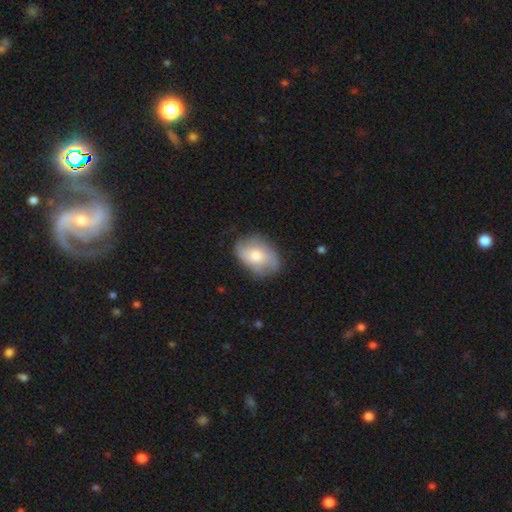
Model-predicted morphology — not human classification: Smooth or featured? smooth (54%)
How rounded? in between (79%)
Merging? none (70%)